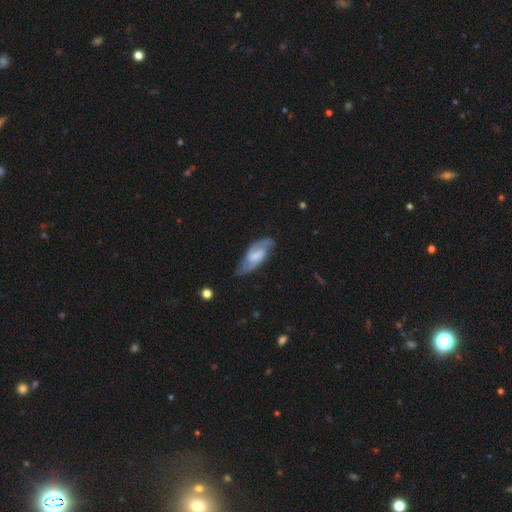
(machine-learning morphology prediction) A featured or disk galaxy (68%) with a weak bar (51%), 2 (81%) medium (48%) spiral arms (90%) and a moderate central bulge (31%).

Vote fractions:
- Smooth or featured? featured or disk: 68% / smooth: 27% / star or artifact: 6%
- Edge-on disk? no: 90% / yes: 10%
- Bar? weak: 51% / no: 25% / strong: 24%
- Spiral arms? yes: 90% / no: 10%
- Spiral winding? medium: 48% / loose: 28% / tight: 24%
- Spiral arm count? 2: 81% / can't tell: 11% / 3: 3% / 1: 3% / 4: 1% / more than 4: 1%
- Bulge size? moderate: 31% / small: 28% / none: 28% / large: 11% / dominant: 2%
- Merging? none: 72% / minor disturbance: 20% / major disturbance: 6% / merger: 2%